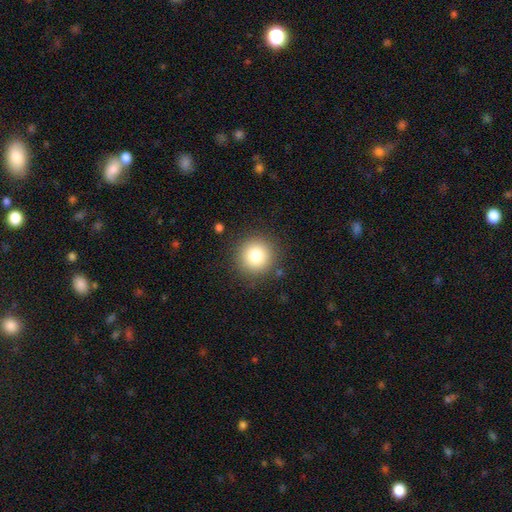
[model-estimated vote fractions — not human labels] Morphology: type=smooth (81%); roundness=round (94%); merging=none (89%).